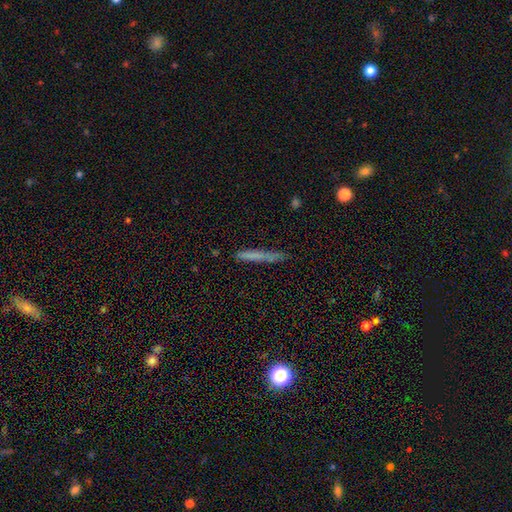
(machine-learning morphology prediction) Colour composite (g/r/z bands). It shows a smooth galaxy with no disk features (67%) that is cigar-shaped (95%). Merging: none (78%).